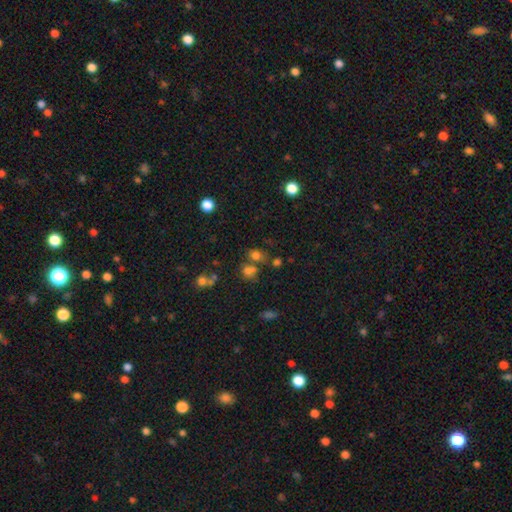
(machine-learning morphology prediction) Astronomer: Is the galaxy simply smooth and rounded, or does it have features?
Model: smooth — 70%.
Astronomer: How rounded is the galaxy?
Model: round — 55% (runner-up: in between, 44%).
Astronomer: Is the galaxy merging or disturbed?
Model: none — 56%.